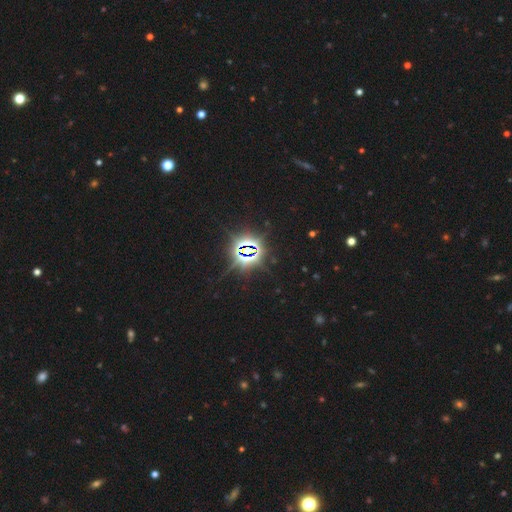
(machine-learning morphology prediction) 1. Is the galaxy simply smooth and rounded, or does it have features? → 84% star or artifact, 10% smooth, 7% featured or disk.